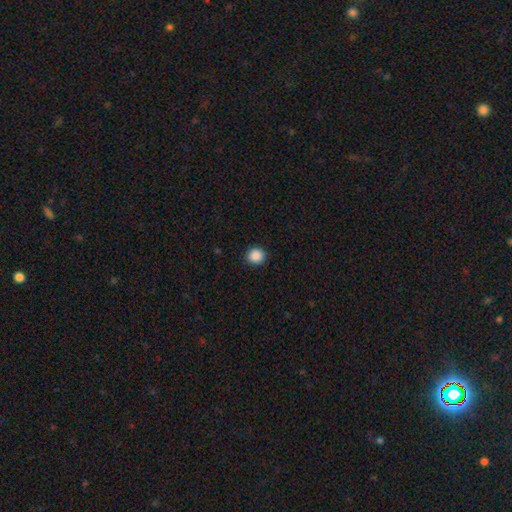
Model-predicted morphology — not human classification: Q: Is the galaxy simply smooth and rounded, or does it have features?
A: smooth — 89%.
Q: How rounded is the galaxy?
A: round — 87%.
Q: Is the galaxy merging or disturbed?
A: none — 91%.